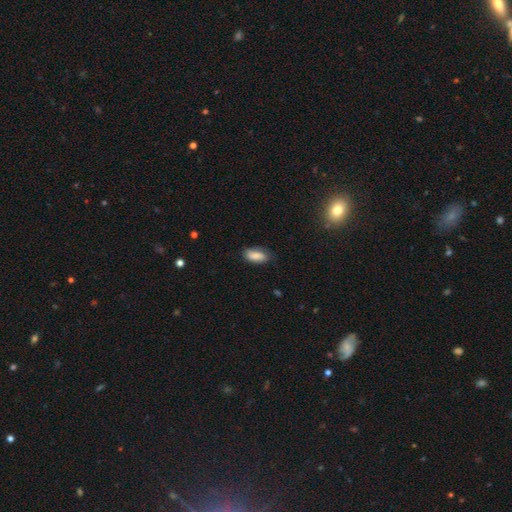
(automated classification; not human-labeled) smooth-or-featured: smooth: 80% | featured or disk: 12% | star or artifact: 8%
  how-rounded: in between: 90% | cigar-shaped: 7% | round: 3%
  merging: none: 70% | minor disturbance: 24% | major disturbance: 5% | merger: 1%